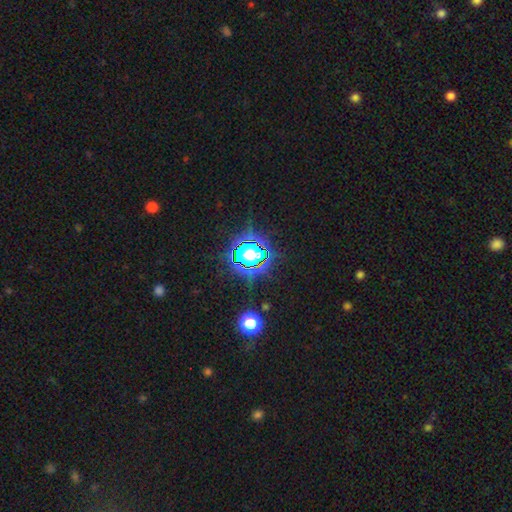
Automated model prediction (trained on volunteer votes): smooth-or-featured: star or artifact: 75% | smooth: 16% | featured or disk: 9%